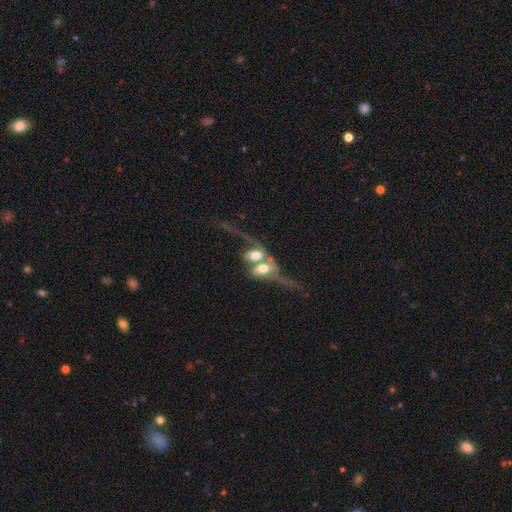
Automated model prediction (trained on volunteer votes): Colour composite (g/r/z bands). It shows a featured or disk galaxy (53%). Merging: merger (74%).